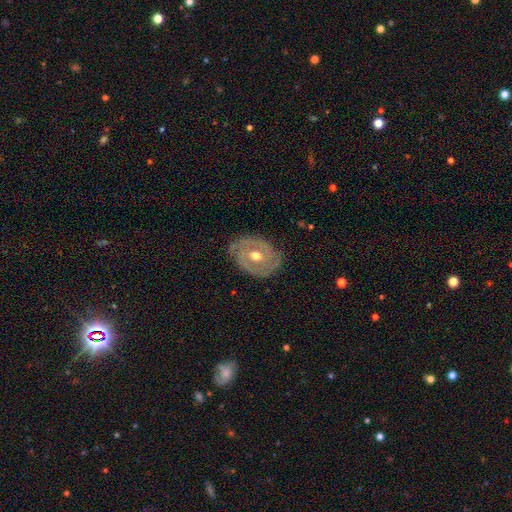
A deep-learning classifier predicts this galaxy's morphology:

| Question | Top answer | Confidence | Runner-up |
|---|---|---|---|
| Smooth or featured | featured or disk | 76% | smooth (18%) |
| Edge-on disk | no | 96% | yes (4%) |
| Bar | no | 55% | weak (35%) |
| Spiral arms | yes | 74% | no (26%) |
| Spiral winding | tight | 64% | medium (27%) |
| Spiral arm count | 2 | 58% | can't tell (24%) |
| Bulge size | moderate | 77% | small (18%) |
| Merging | none | 76% | minor disturbance (18%) |